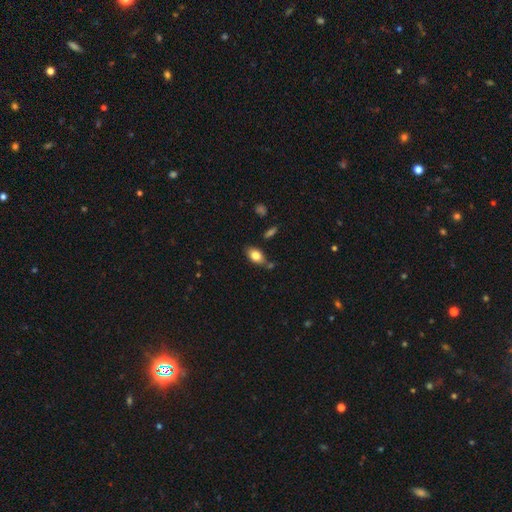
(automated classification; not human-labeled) Smooth or featured? Predicted: smooth (p=0.80). How rounded? Predicted: in between (p=0.87). Merging? Predicted: none (p=0.70).